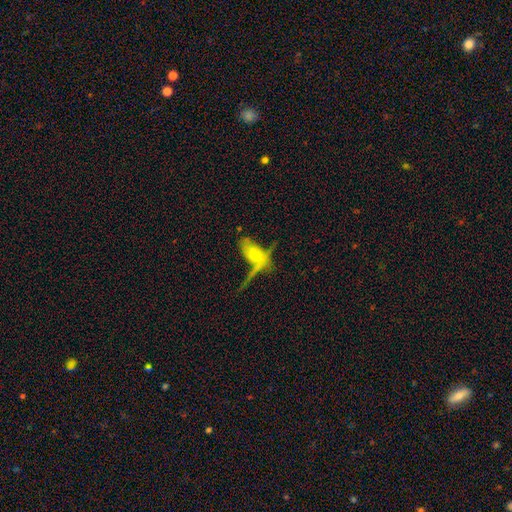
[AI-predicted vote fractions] A smooth galaxy with no disk features (46%).

Vote fractions:
- Smooth or featured? smooth: 46% / featured or disk: 44% / star or artifact: 10%
- Merging? major disturbance: 32% / none: 28% / merger: 21% / minor disturbance: 19%